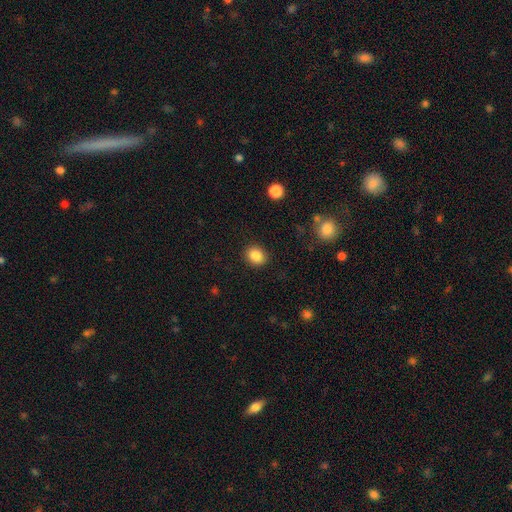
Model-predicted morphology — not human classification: smooth 86%, star or artifact 9%, featured or disk 4%. Down the decision tree: how rounded — round (58%); merging — none (89%).